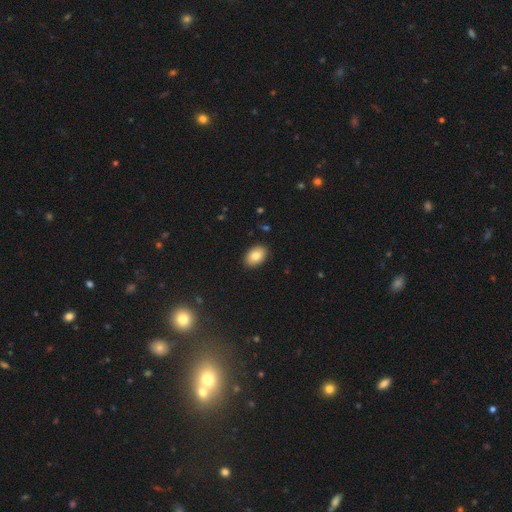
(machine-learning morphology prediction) This is clearly a smooth galaxy (84%). How rounded: clearly in between (89%). Merging: clearly none (89%).